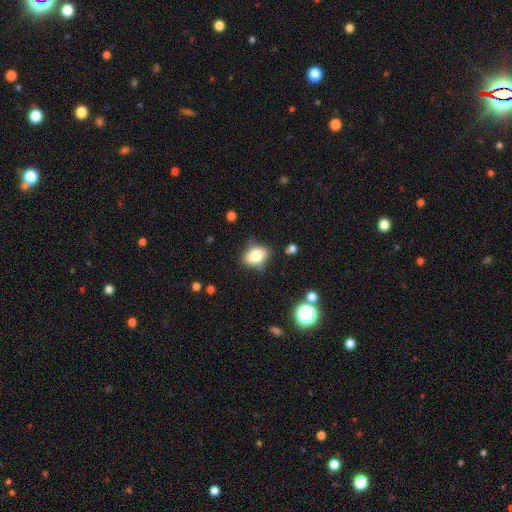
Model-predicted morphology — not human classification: Smooth or featured: smooth — 78% (featured or disk — 13%)
How rounded: in between — 77% (round — 21%)
Merging: none — 74% (minor disturbance — 19%)